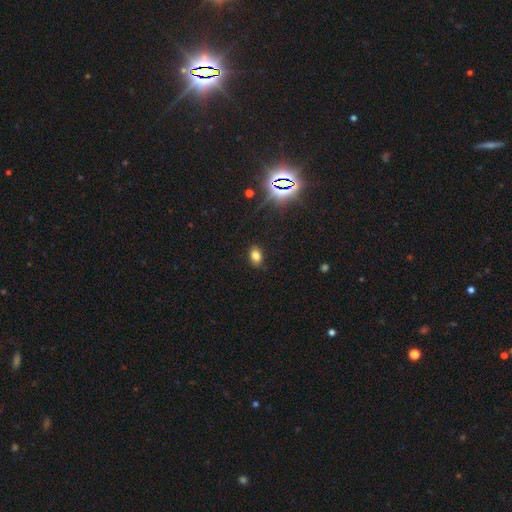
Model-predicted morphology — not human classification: smooth_or_featured: smooth (p=0.75) [alt: star or artifact p=0.18]
how_rounded: in between (p=0.81) [alt: round p=0.18]
merging: none (p=0.87) [alt: minor disturbance p=0.09]